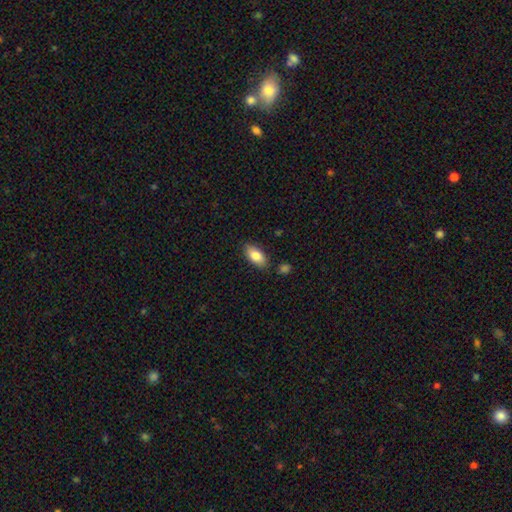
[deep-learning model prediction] Overall: smooth (83%). How rounded: in between (91%). Merging: none (83%).